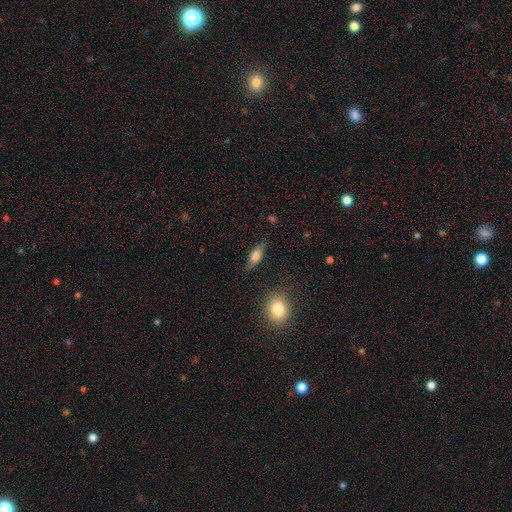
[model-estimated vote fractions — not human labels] smooth-or-featured: smooth: 69% | featured or disk: 24% | star or artifact: 7%
  how-rounded: in between: 68% | cigar-shaped: 28% | round: 4%
  merging: none: 80% | minor disturbance: 14% | major disturbance: 4% | merger: 2%